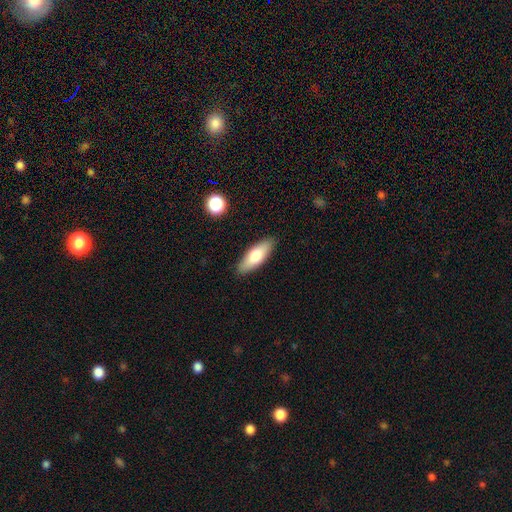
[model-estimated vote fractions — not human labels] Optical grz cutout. It shows a smooth galaxy with no disk features (73%) that is in between round and cigar-shaped (66%). Merging: none (89%).